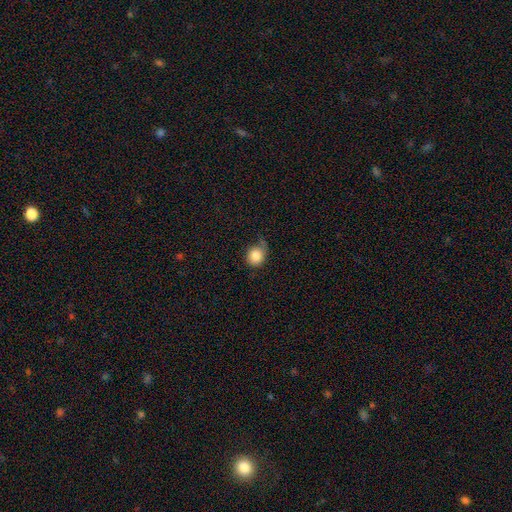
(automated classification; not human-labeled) smooth_or_featured: smooth (p=0.82) [alt: featured or disk p=0.10]
how_rounded: round (p=0.74) [alt: in between p=0.25]
merging: none (p=0.49) [alt: minor disturbance p=0.31]